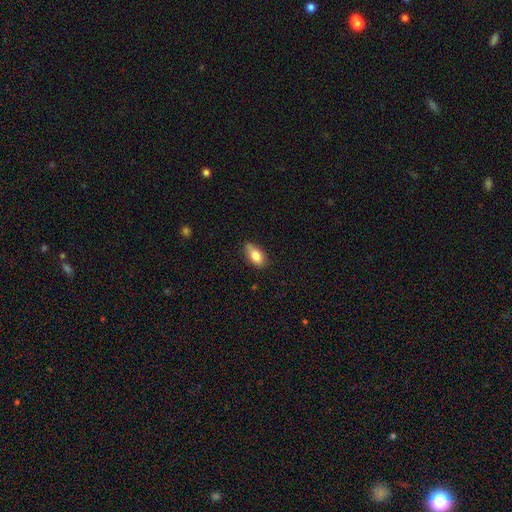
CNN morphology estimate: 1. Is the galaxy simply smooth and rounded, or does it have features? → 83% smooth, 10% featured or disk, 7% star or artifact.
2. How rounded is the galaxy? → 90% in between, 6% round, 5% cigar-shaped.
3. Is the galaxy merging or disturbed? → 71% none, 22% minor disturbance, 3% major disturbance, 3% merger.